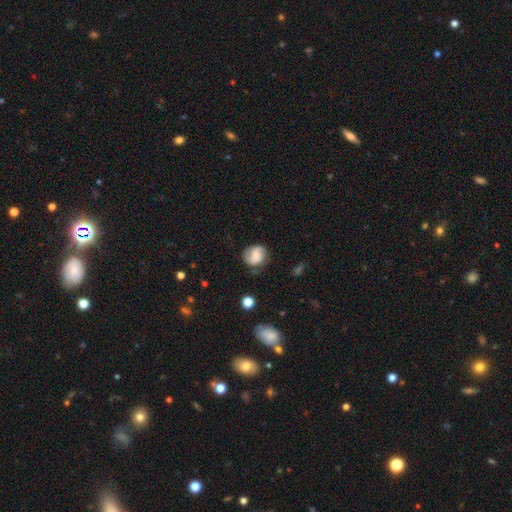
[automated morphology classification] smooth 46%, featured or disk 45%, star or artifact 9%. Down the decision tree: merging — none (68%).